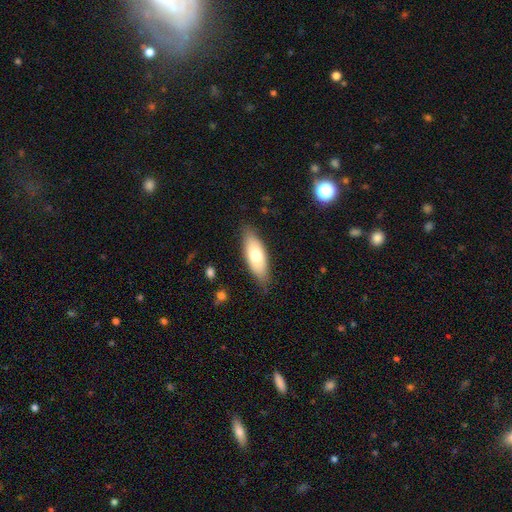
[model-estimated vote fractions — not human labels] Smooth or featured: smooth — 73% (featured or disk — 21%)
How rounded: in between — 70% (cigar-shaped — 28%)
Merging: none — 82% (minor disturbance — 14%)